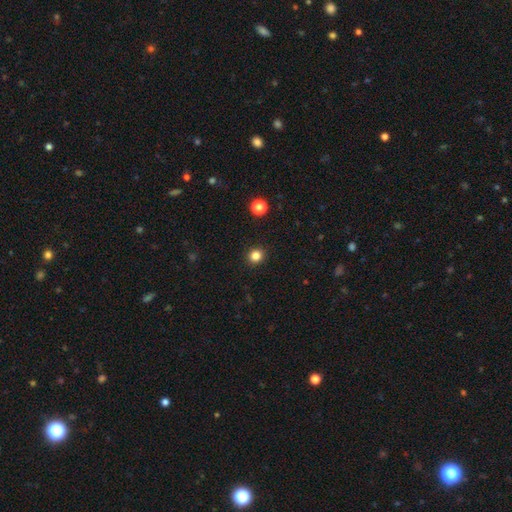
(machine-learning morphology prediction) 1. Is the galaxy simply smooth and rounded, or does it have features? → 83% smooth, 13% star or artifact, 4% featured or disk.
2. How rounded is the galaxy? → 88% round, 11% in between, 1% cigar-shaped.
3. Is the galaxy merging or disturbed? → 92% none, 5% minor disturbance, 2% major disturbance, 1% merger.